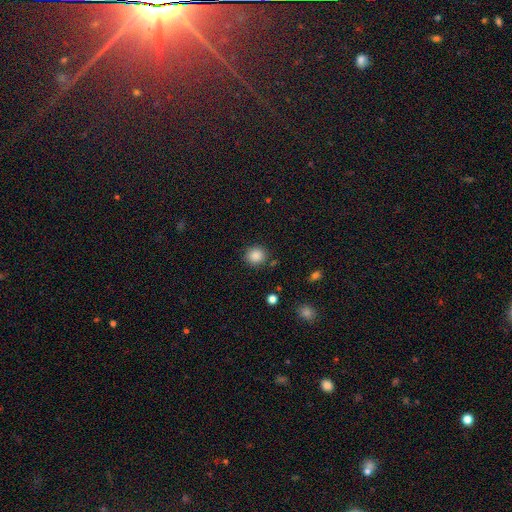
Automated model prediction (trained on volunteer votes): A smooth galaxy with no disk features (87%) that is round (88%). Merging: none (86%).